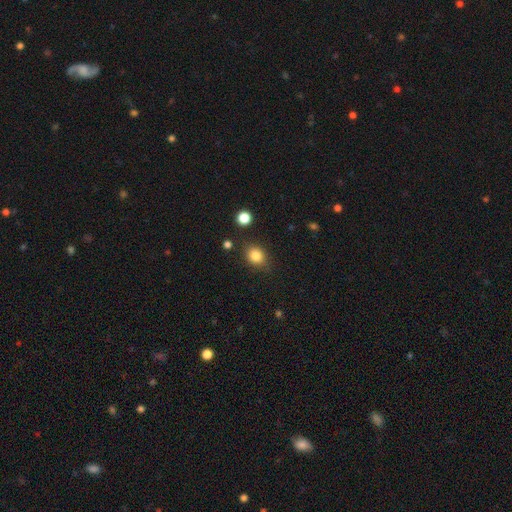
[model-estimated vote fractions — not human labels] Morphology: type=smooth (84%); roundness=round (53%); merging=none (81%).